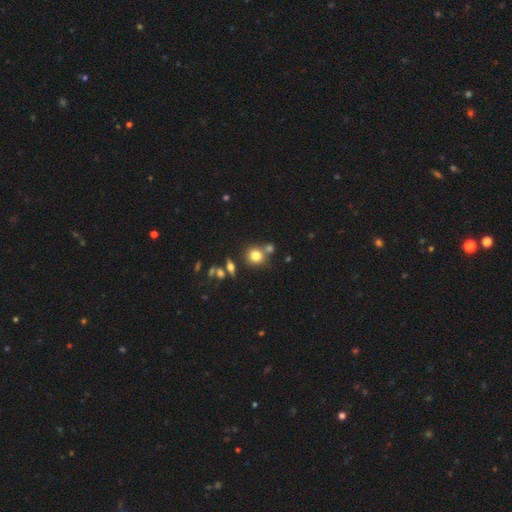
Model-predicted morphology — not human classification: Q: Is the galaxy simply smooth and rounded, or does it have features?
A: smooth — 76%.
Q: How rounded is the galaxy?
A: round — 86%.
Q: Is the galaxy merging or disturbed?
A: none — 64%.